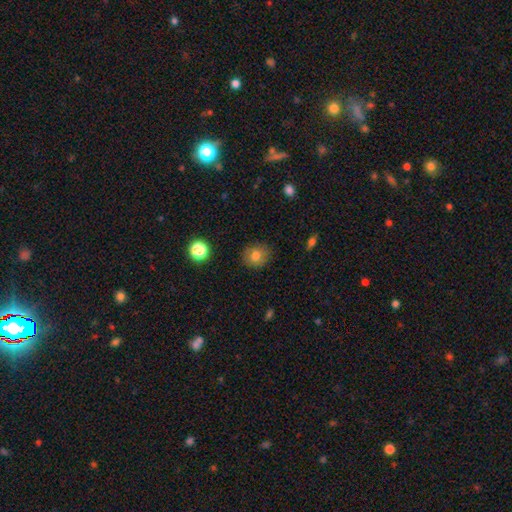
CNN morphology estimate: Smooth or featured: smooth — 78% (star or artifact — 11%)
How rounded: round — 79% (in between — 20%)
Merging: none — 85% (minor disturbance — 11%)